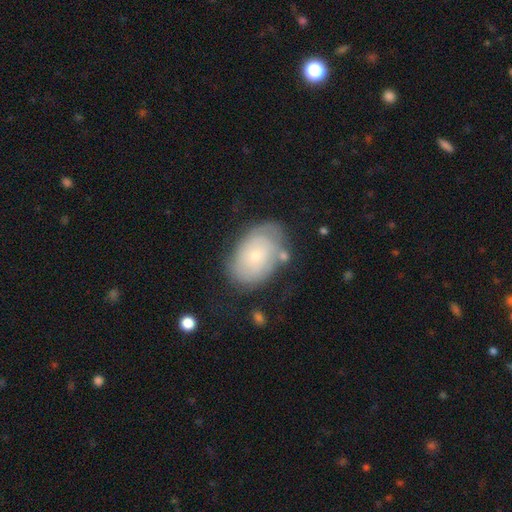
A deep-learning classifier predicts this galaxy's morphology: Overall: featured or disk (56%; smooth 37%). Edge-on disk: no (95%). Bar: no (83%). Spiral arms: yes (71%). Bulge size: small (67%; moderate 29%). Merging: none (64%).